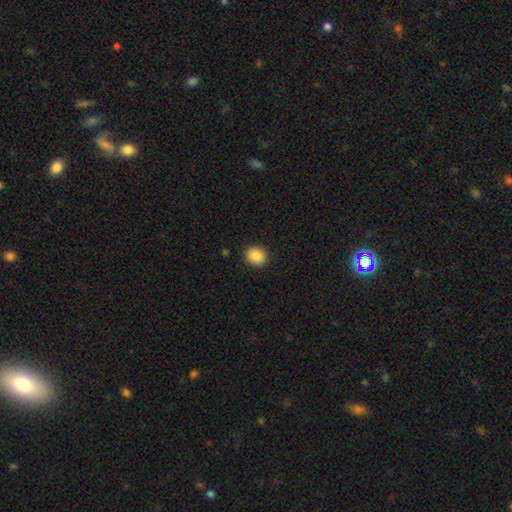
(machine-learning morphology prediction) A smooth galaxy with no disk features (88%) that is round (65%).

Vote fractions:
- Smooth or featured? smooth: 88% / star or artifact: 8% / featured or disk: 4%
- How rounded? round: 65% / in between: 35% / cigar-shaped: 1%
- Merging? none: 90% / minor disturbance: 7% / major disturbance: 2% / merger: 1%